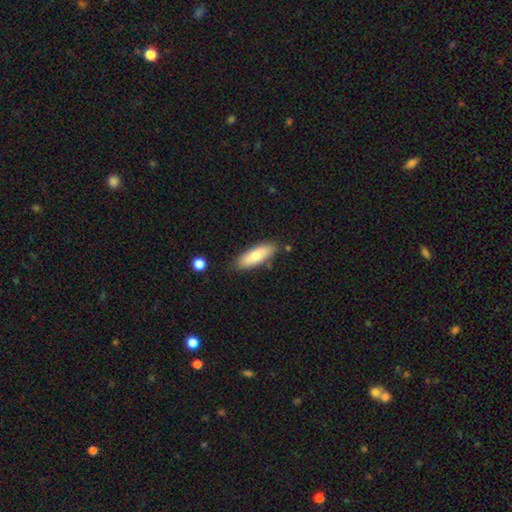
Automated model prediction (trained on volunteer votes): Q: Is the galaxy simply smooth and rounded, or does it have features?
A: smooth — 73%.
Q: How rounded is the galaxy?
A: in between — 61%.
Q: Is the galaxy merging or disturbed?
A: none — 83%.